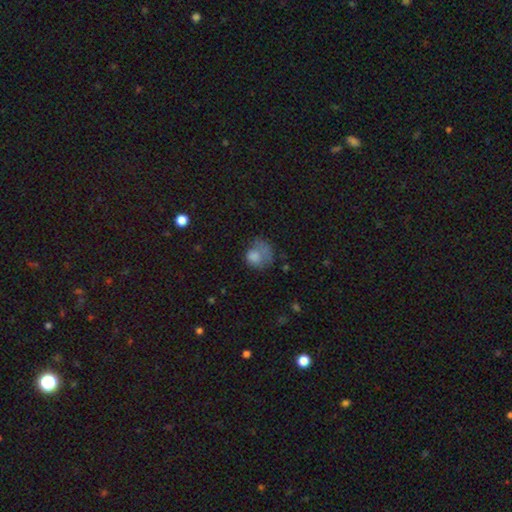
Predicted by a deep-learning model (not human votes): Q: Smooth or featured?
A: smooth (72%); runner-up: featured or disk (17%)
Q: How rounded?
A: round (66%); runner-up: in between (33%)
Q: Merging?
A: major disturbance (36%); runner-up: none (32%)